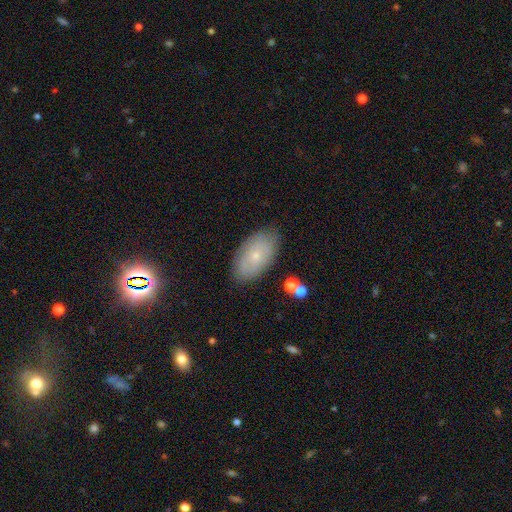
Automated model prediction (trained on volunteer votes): The model was most divided on "smooth or featured": smooth: 56%, featured or disk: 35%, star or artifact: 9%. More confident: how rounded — in between (93%); merging — none (82%).